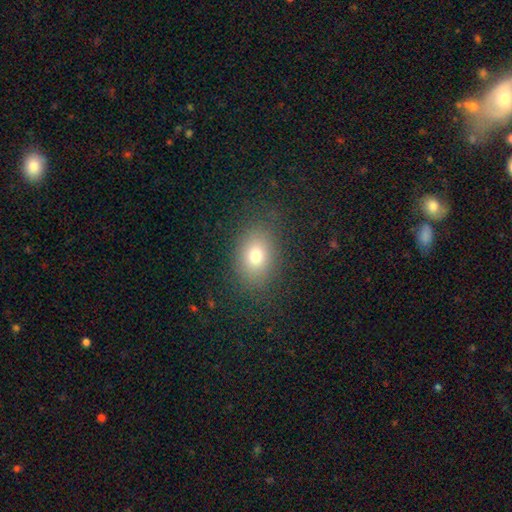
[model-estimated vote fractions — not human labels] A smooth galaxy with no disk features (76%) that is in between round and cigar-shaped (67%).

Vote fractions:
- Smooth or featured? smooth: 76% / star or artifact: 13% / featured or disk: 11%
- How rounded? in between: 67% / round: 32% / cigar-shaped: 1%
- Merging? none: 84% / minor disturbance: 11% / major disturbance: 5% / merger: 1%